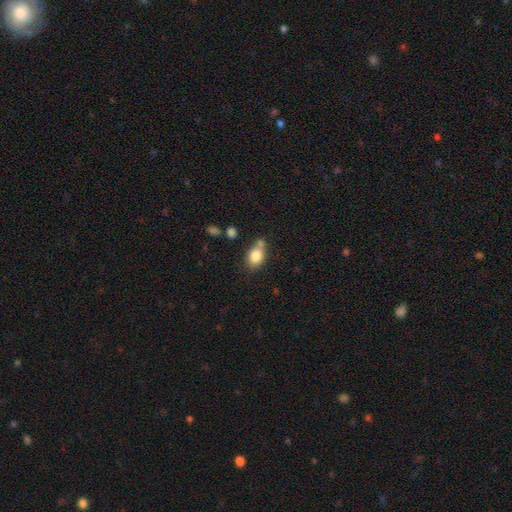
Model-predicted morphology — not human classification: A smooth galaxy with no disk features (81%) that is in between round and cigar-shaped (71%). Merging: none (55%).